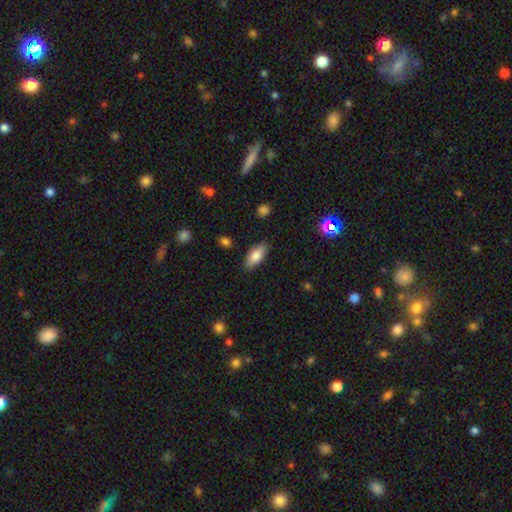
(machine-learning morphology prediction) Smooth or featured? smooth (79%)
How rounded? in between (82%)
Merging? none (84%)